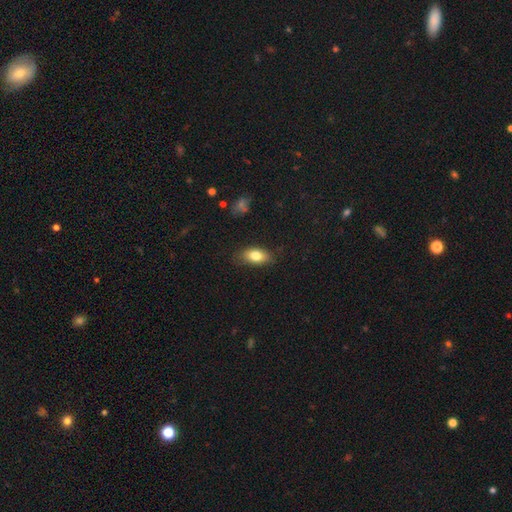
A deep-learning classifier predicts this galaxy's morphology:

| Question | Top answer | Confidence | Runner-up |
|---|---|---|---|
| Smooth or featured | smooth | 80% | featured or disk (12%) |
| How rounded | in between | 89% | round (7%) |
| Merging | none | 79% | minor disturbance (17%) |